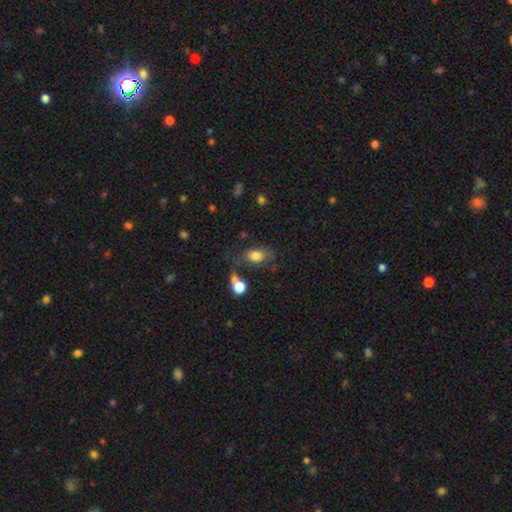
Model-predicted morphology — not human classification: Overall: smooth (78%). How rounded: in between (85%). Merging: none (54%; minor disturbance 22%).